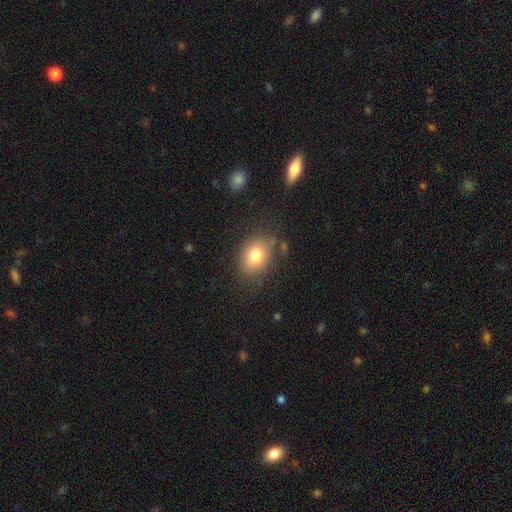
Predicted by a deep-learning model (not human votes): smooth_or_featured: smooth (p=0.79) [alt: featured or disk p=0.11]
how_rounded: in between (p=0.59) [alt: round p=0.40]
merging: none (p=0.78) [alt: minor disturbance p=0.15]